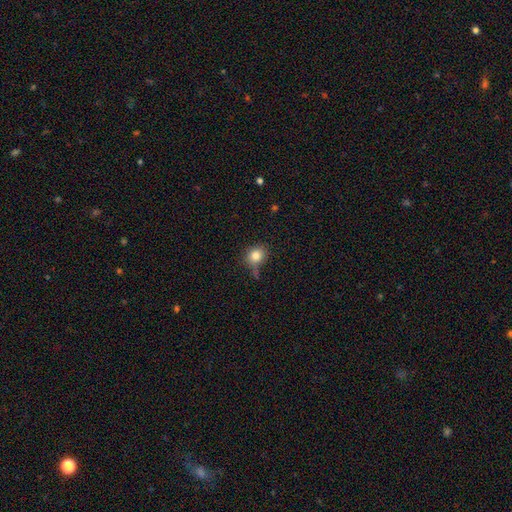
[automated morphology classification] This is clearly a smooth galaxy (83%). How rounded: likely round (73%). Merging: likely none (66%).